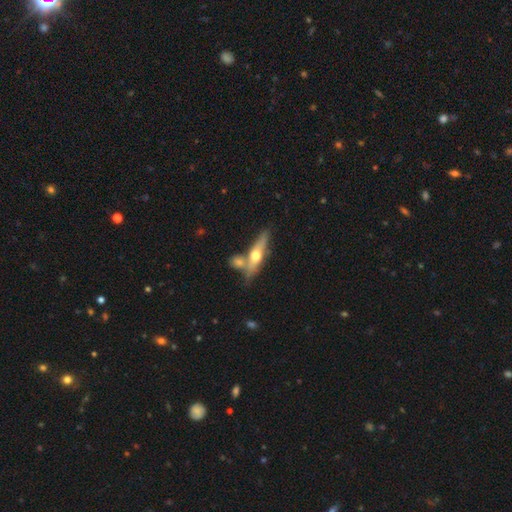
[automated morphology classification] Overall: featured or disk (55%; smooth 39%). Edge-on disk: yes (86%). Merging: none (55%; merger 27%).